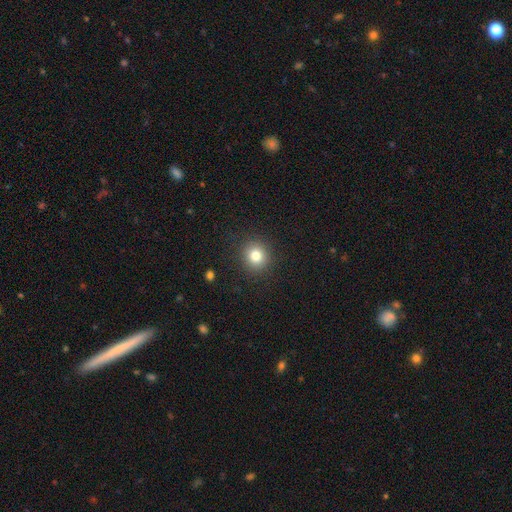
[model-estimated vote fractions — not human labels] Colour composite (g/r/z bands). It shows a smooth galaxy with no disk features (80%) that is round (89%). Merging: none (90%).